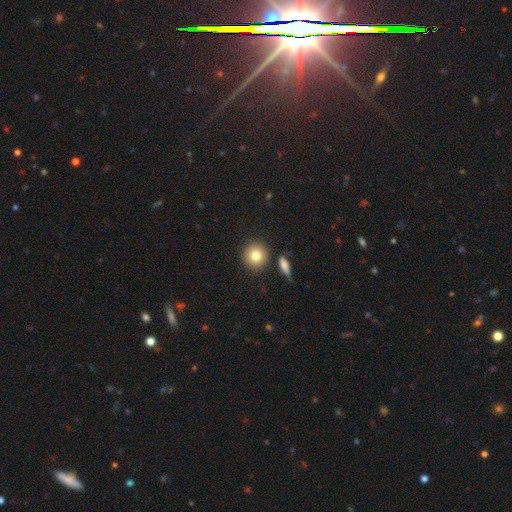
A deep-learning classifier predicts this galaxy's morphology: Smooth or featured: smooth — 81% (featured or disk — 9%)
How rounded: round — 89% (in between — 9%)
Merging: none — 84% (minor disturbance — 8%)